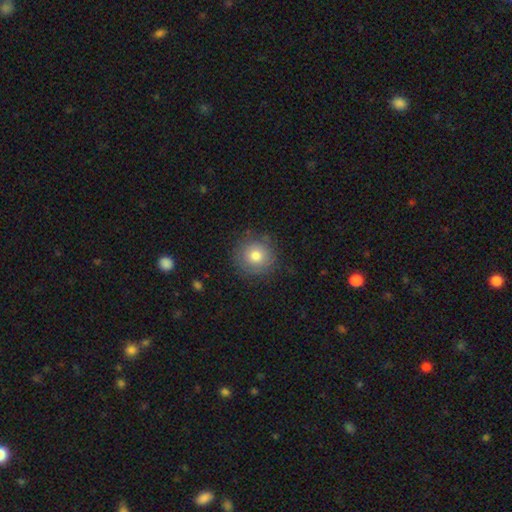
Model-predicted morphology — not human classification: The model was most divided on "smooth or featured": smooth: 73%, featured or disk: 16%, star or artifact: 10%. More confident: how rounded — round (93%); merging — none (81%).